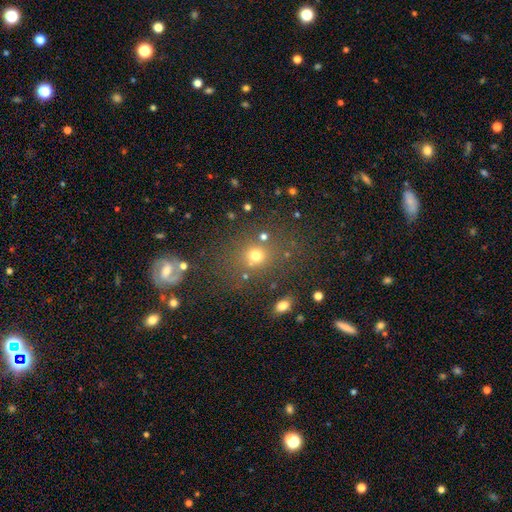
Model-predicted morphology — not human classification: A smooth galaxy with no disk features (68%) that is round (72%).

Vote fractions:
- Smooth or featured? smooth: 68% / star or artifact: 22% / featured or disk: 11%
- How rounded? round: 72% / in between: 26% / cigar-shaped: 2%
- Merging? none: 73% / minor disturbance: 12% / merger: 8% / major disturbance: 7%